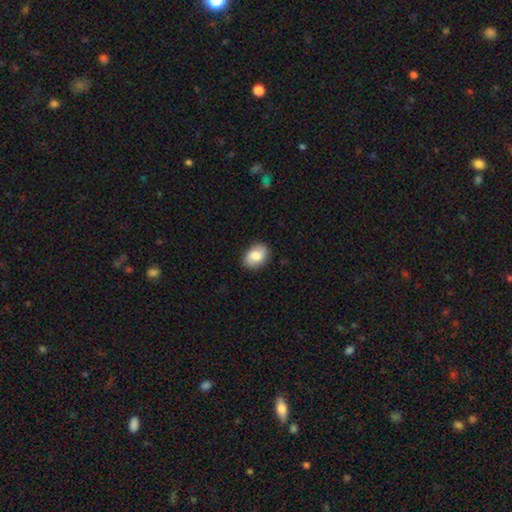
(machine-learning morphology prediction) Overall: smooth (69%). How rounded: in between (76%). Merging: none (86%).